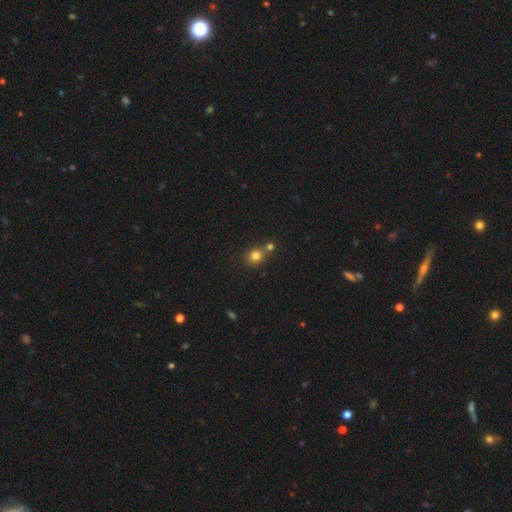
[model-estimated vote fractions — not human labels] A smooth galaxy with no disk features (79%) that is round (77%). Merging: none (55%).